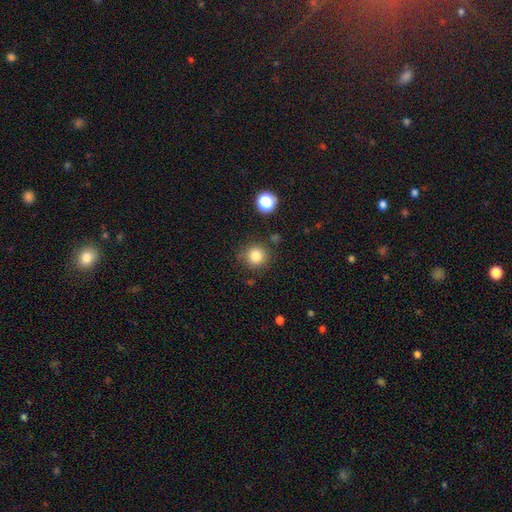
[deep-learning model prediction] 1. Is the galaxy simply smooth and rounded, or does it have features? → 82% smooth, 12% star or artifact, 6% featured or disk.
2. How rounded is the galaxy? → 92% round, 7% in between, 1% cigar-shaped.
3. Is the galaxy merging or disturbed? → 82% none, 11% minor disturbance, 4% merger, 4% major disturbance.